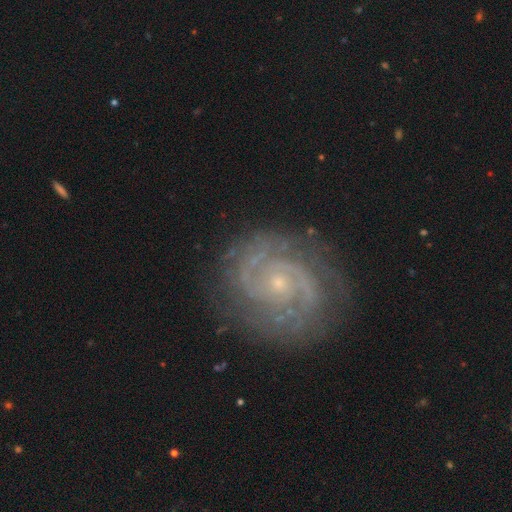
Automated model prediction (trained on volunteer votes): A featured or disk galaxy (91%) with no bar (72%), 2 (71%) tight (66%) spiral arms (98%) and a small central bulge (77%).

Vote fractions:
- Smooth or featured? featured or disk: 91% / star or artifact: 5% / smooth: 4%
- Edge-on disk? no: 98% / yes: 2%
- Bar? no: 72% / weak: 22% / strong: 5%
- Spiral arms? yes: 98% / no: 2%
- Spiral winding? tight: 66% / medium: 30% / loose: 4%
- Spiral arm count? 2: 71% / 3: 10% / can't tell: 8% / 4: 4% / more than 4: 4% / 1: 3%
- Bulge size? small: 77% / moderate: 19% / none: 2% / large: 1% / dominant: 1%
- Merging? none: 81% / minor disturbance: 13% / major disturbance: 5% / merger: 1%